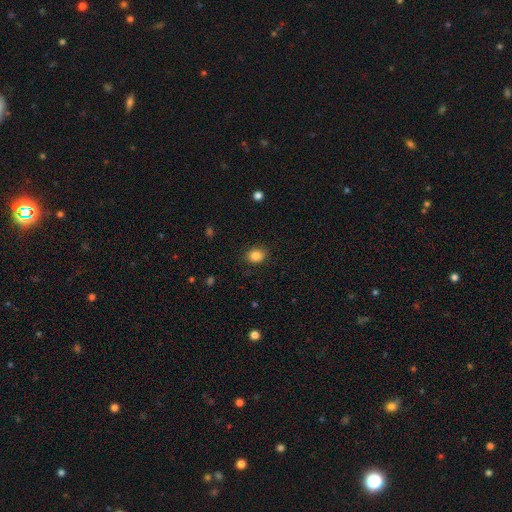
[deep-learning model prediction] A smooth galaxy with no disk features (85%) that is round (61%). Merging: none (86%).